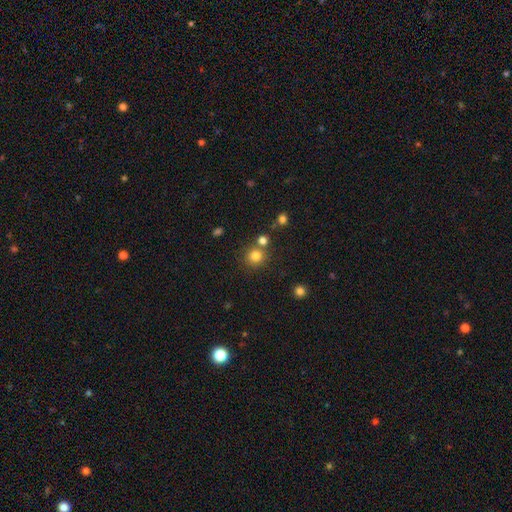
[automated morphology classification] Smooth or featured: smooth — 80% (star or artifact — 14%)
How rounded: round — 90% (in between — 9%)
Merging: none — 74% (merger — 15%)